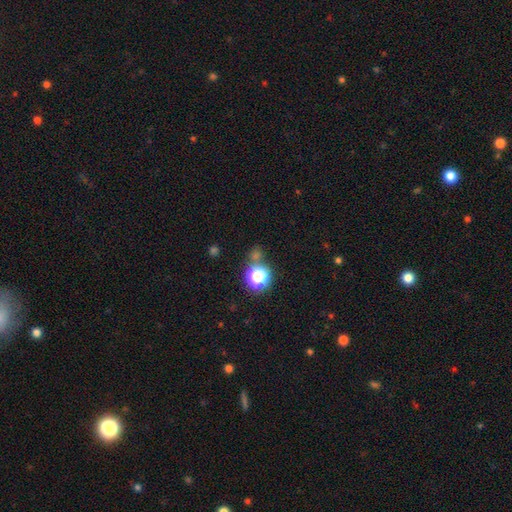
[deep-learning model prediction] Smooth or featured? Predicted: star or artifact (p=0.54).